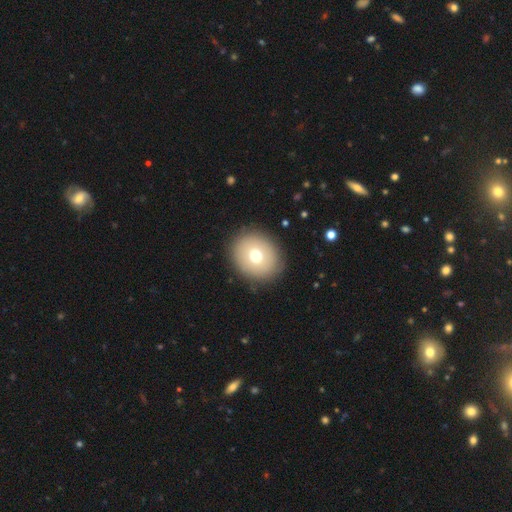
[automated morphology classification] A smooth galaxy with no disk features (70%) that is round (74%).

Vote fractions:
- Smooth or featured? smooth: 70% / featured or disk: 19% / star or artifact: 11%
- How rounded? round: 74% / in between: 26% / cigar-shaped: 1%
- Merging? none: 88% / minor disturbance: 7% / major disturbance: 3% / merger: 1%